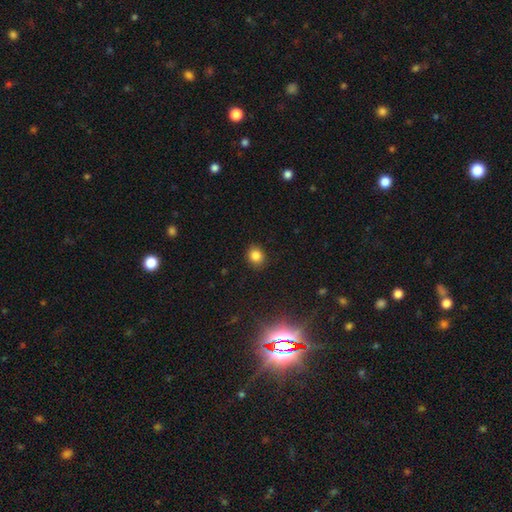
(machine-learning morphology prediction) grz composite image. It shows a smooth galaxy with no disk features (83%) that is round (75%). Merging: none (88%).